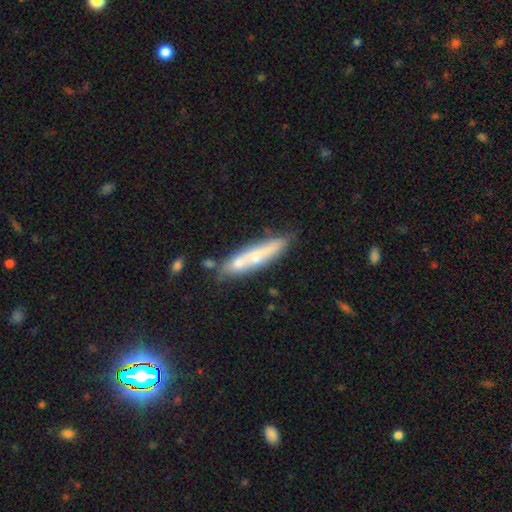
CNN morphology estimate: Smooth or featured: smooth — 59% (featured or disk — 34%)
How rounded: cigar-shaped — 84% (in between — 14%)
Merging: none — 60% (minor disturbance — 20%)